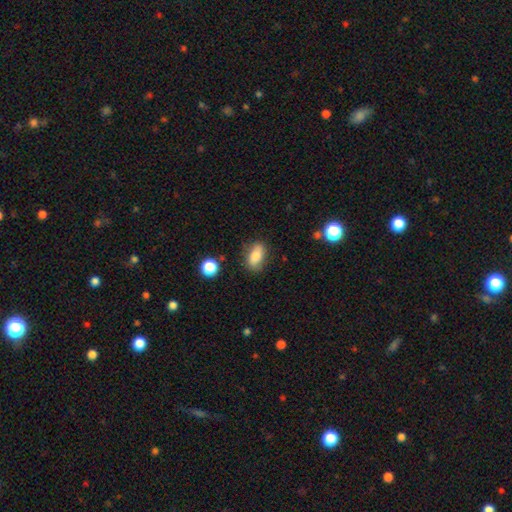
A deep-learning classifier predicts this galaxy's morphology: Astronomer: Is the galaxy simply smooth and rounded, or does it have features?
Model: smooth — 80%.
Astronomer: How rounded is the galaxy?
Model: in between — 85%.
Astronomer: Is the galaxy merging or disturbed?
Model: none — 81%.